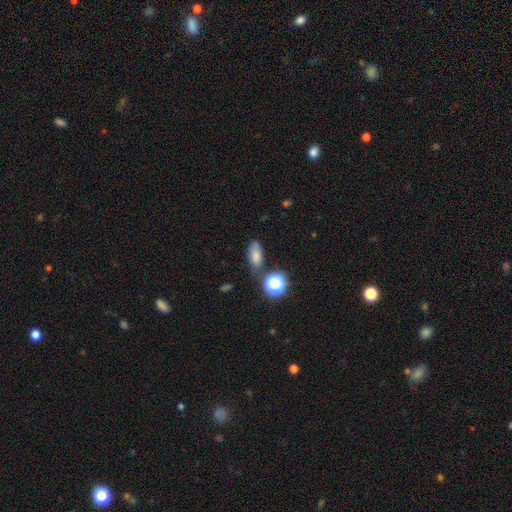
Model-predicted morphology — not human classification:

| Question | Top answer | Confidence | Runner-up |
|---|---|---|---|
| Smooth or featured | smooth | 74% | star or artifact (16%) |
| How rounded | in between | 79% | round (13%) |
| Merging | none | 67% | minor disturbance (20%) |